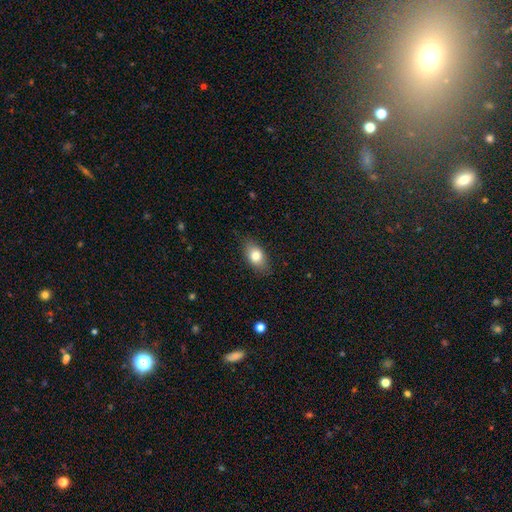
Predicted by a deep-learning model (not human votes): Q: Smooth or featured?
A: smooth (80%); runner-up: featured or disk (12%)
Q: How rounded?
A: in between (87%); runner-up: round (10%)
Q: Merging?
A: none (83%); runner-up: minor disturbance (13%)